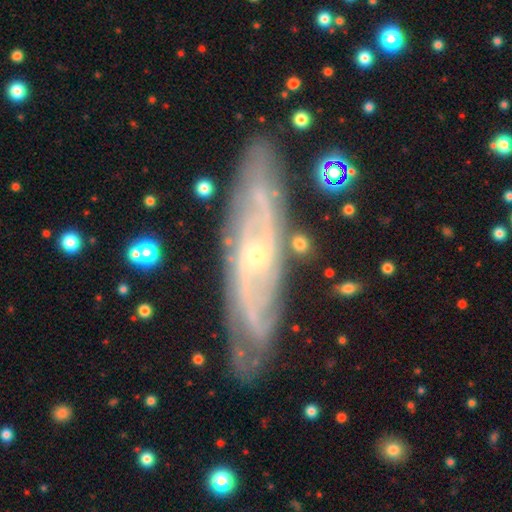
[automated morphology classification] smooth_or_featured: featured or disk (p=0.84) [alt: smooth p=0.09]
disk_edge_on: no (p=0.74) [alt: yes p=0.26]
bar: no (p=0.62) [alt: weak p=0.29]
has_spiral_arms: yes (p=0.94) [alt: no p=0.06]
spiral_winding: tight (p=0.54) [alt: medium p=0.35]
spiral_arm_count: can't tell (p=0.37) [alt: 2 p=0.32]
bulge_size: small (p=0.78) [alt: moderate p=0.18]
merging: none (p=0.81) [alt: minor disturbance p=0.14]